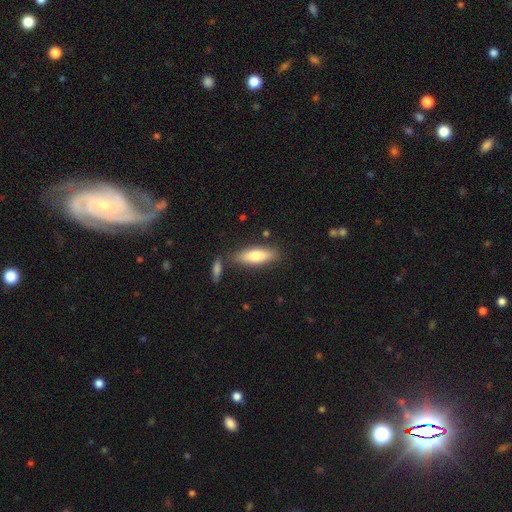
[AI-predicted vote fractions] Smooth or featured: smooth — 74% (featured or disk — 21%)
How rounded: in between — 50% (cigar-shaped — 48%)
Merging: none — 78% (minor disturbance — 12%)